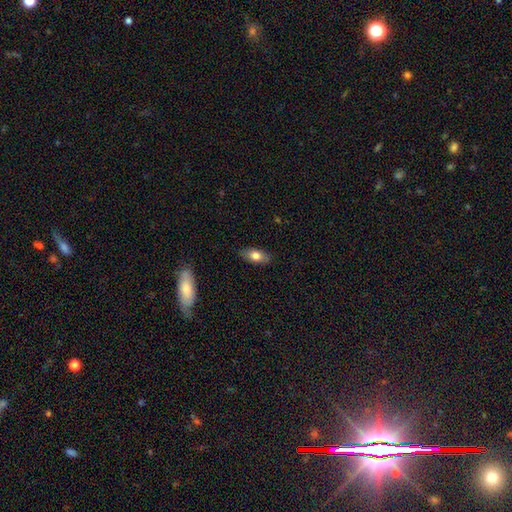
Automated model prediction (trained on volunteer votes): smooth-or-featured: smooth: 76% | featured or disk: 17% | star or artifact: 7%
  how-rounded: in between: 86% | cigar-shaped: 9% | round: 5%
  merging: none: 86% | minor disturbance: 10% | major disturbance: 2% | merger: 1%